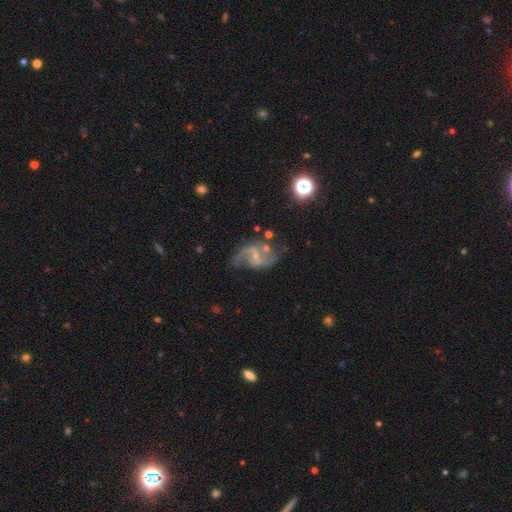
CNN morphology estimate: Overall: featured or disk (83%). Edge-on disk: no (98%). Bar: weak (49%; no 35%). Spiral arms: yes (92%). Spiral arm count: 2 (86%). Spiral winding: loose (56%; medium 36%). Bulge size: small (66%). Merging: none (54%; minor disturbance 21%).